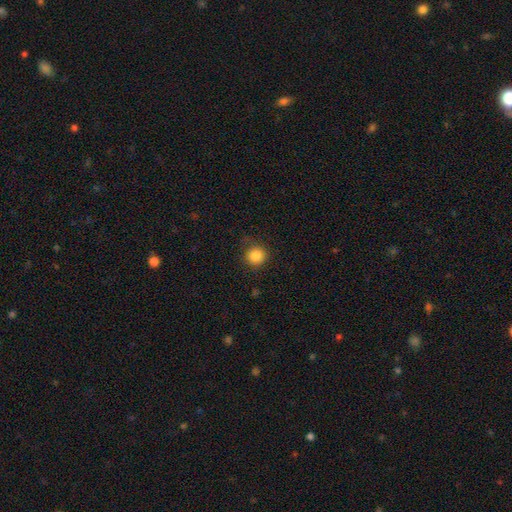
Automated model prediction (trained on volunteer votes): Overall: smooth (86%). How rounded: round (94%). Merging: none (85%).